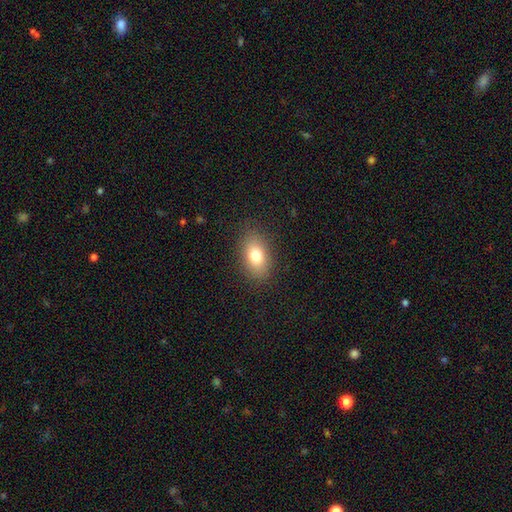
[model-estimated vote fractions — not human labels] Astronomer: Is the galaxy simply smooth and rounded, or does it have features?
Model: smooth — 78%.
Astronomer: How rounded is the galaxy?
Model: in between — 85%.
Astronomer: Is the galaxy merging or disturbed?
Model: none — 85%.